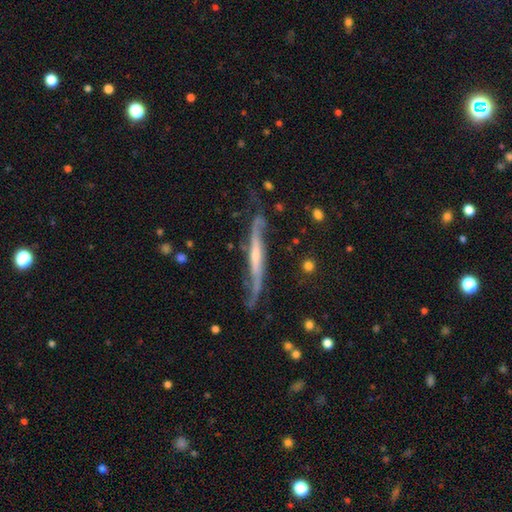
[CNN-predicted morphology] smooth-or-featured: featured or disk: 77% | smooth: 17% | star or artifact: 6%
  disk-edge-on: yes: 67% | no: 33%
    edge-on-bulge: none: 53% | rounded: 33% | boxy: 14%
  merging: none: 53% | minor disturbance: 27% | major disturbance: 15% | merger: 5%